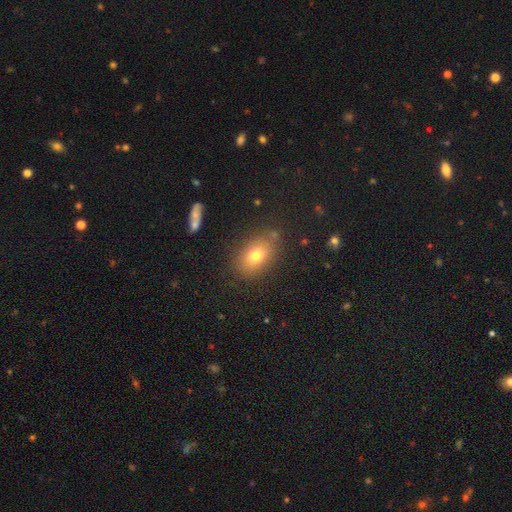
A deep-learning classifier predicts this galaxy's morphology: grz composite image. It shows a smooth galaxy with no disk features (75%) that is in between round and cigar-shaped (81%). Merging: none (81%).